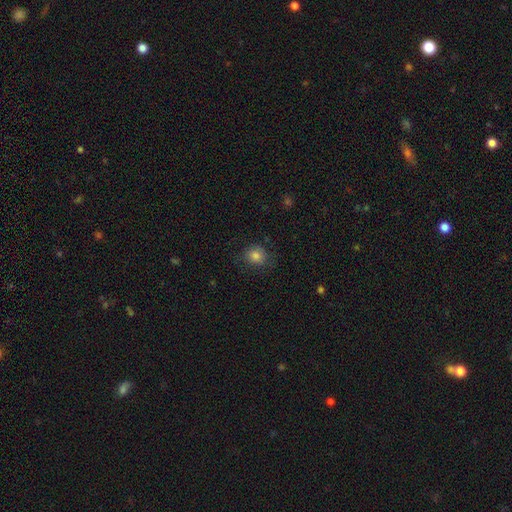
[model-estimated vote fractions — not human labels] Smooth or featured: smooth — 82% (star or artifact — 11%)
How rounded: round — 79% (in between — 20%)
Merging: none — 81% (minor disturbance — 14%)